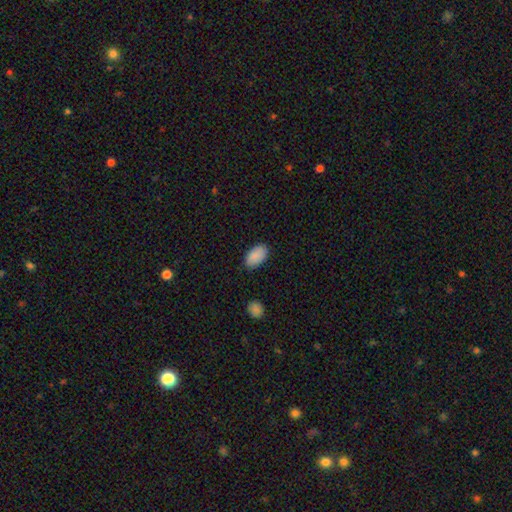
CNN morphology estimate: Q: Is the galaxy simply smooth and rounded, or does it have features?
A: smooth — 89%.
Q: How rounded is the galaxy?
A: in between — 95%.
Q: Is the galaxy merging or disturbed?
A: none — 84%.